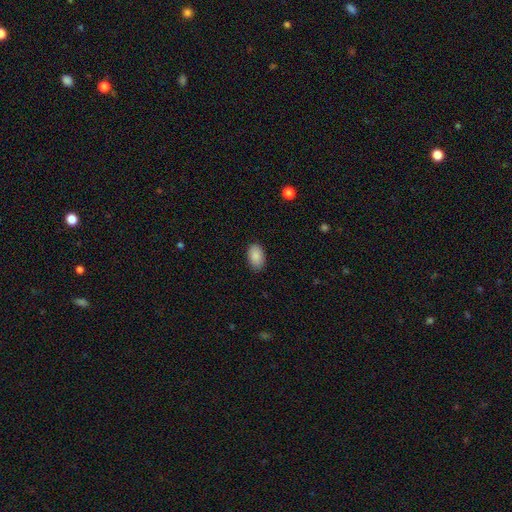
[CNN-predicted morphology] Smooth or featured? smooth (89%)
How rounded? in between (92%)
Merging? none (86%)